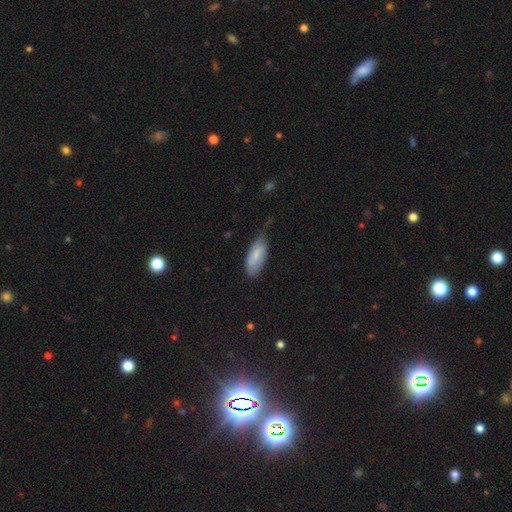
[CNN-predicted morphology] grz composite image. It shows a smooth galaxy with no disk features (76%) that is in between round and cigar-shaped (82%). Merging: minor disturbance (44%).